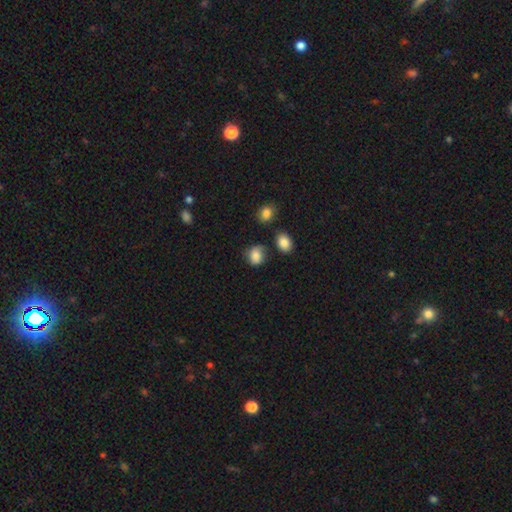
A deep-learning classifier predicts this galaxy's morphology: This is clearly a smooth galaxy (82%). How rounded: possibly round (60%). Merging: likely none (63%).